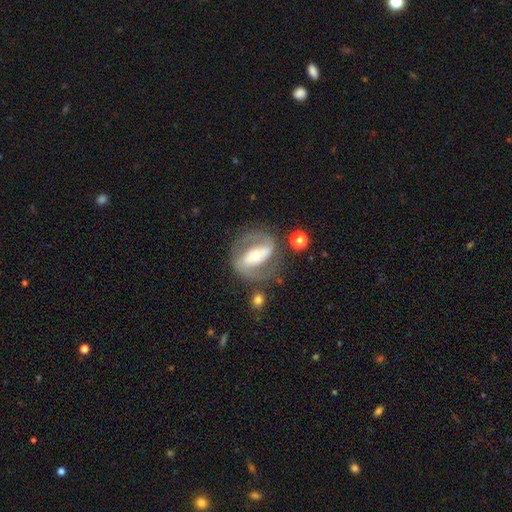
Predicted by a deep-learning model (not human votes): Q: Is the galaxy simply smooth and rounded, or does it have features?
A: featured or disk — 81%.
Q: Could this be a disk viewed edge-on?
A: no — 95%.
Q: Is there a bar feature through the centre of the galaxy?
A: strong — 49%.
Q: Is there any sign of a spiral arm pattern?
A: yes — 84%.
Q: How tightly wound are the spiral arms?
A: medium — 49%.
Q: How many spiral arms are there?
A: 2 — 86%.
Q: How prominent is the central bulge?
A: moderate — 61%.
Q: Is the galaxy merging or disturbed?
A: none — 73%.